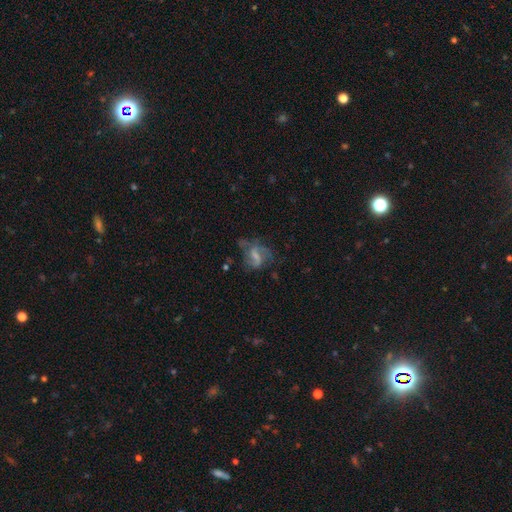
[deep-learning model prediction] Overall: featured or disk (64%; smooth 26%). Edge-on disk: no (97%). Bar: weak (49%; strong 27%). Spiral arms: yes (78%). Bulge size: none (36%; small 31%). Merging: none (42%; major disturbance 30%).